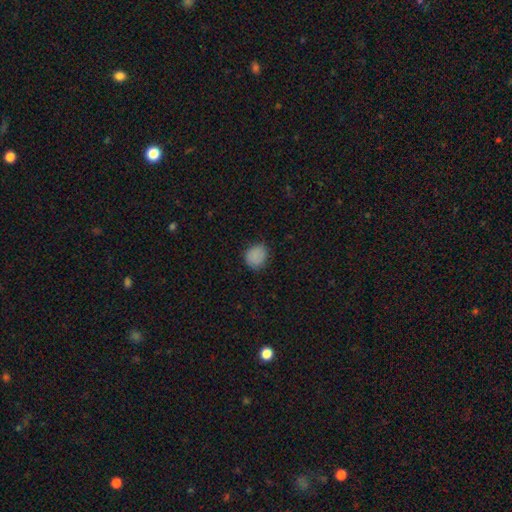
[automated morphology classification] Q: Smooth or featured?
A: smooth (85%); runner-up: star or artifact (11%)
Q: How rounded?
A: round (72%); runner-up: in between (27%)
Q: Merging?
A: none (80%); runner-up: minor disturbance (16%)